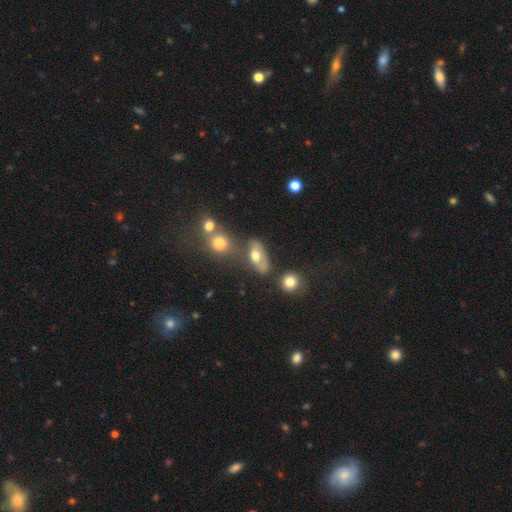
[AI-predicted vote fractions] Smooth or featured? Predicted: smooth (p=0.62). How rounded? Predicted: in between (p=0.83). Merging? Predicted: none (p=0.41).